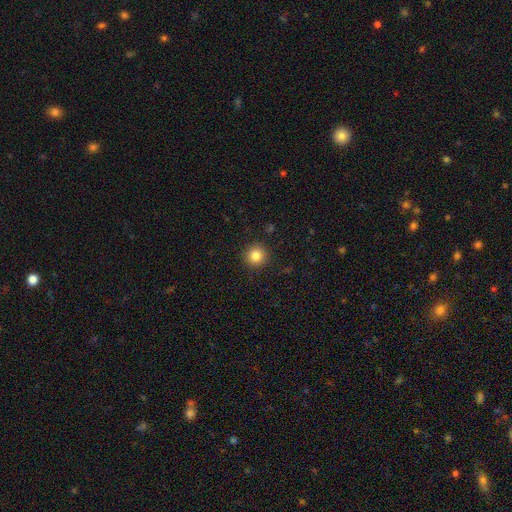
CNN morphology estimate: Smooth or featured? smooth (83%)
How rounded? round (95%)
Merging? none (92%)